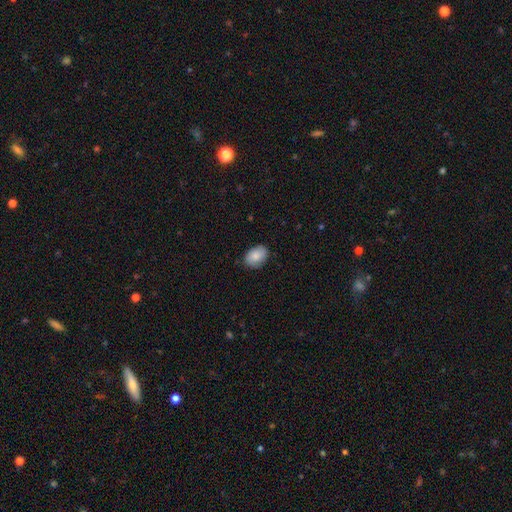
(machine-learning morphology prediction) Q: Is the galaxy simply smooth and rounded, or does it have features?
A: smooth — 83%.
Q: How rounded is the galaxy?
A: in between — 79%.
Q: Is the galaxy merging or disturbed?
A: none — 82%.